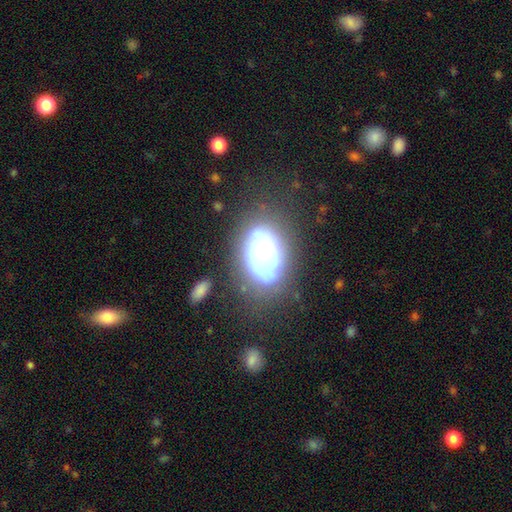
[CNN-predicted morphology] A featured or disk galaxy (64%) with no bar (83%), spiral arms (57%) and a large central bulge (42%). Merging: none (53%).